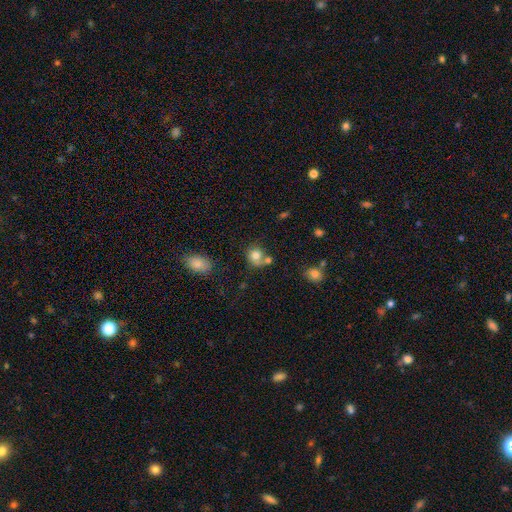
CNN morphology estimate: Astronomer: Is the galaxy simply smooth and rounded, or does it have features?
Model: smooth — 77%.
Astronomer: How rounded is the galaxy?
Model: round — 74%.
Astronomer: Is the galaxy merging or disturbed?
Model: none — 45% (runner-up: merger, 28%).